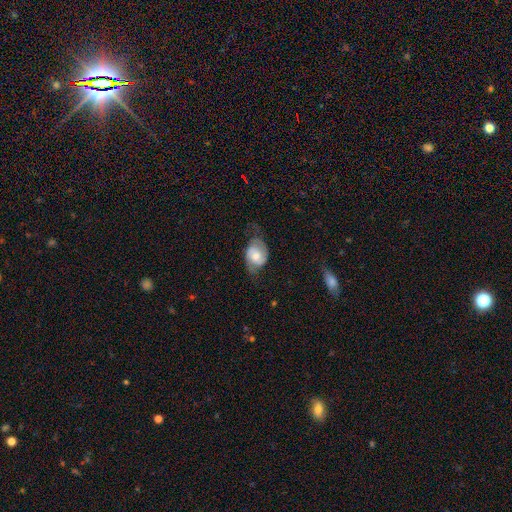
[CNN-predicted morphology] Smooth or featured?
  - featured or disk: 63% *
  - smooth: 30%
  - star or artifact: 7%
Edge-on disk?
  - no: 96% *
  - yes: 4%
Bar?
  - no: 60% *
  - weak: 32%
  - strong: 8%
Spiral arms?
  - yes: 87% *
  - no: 13%
Spiral winding?
  - medium: 44% *
  - loose: 30%
  - tight: 26%
Spiral arm count?
  - 2: 86% *
  - can't tell: 8%
  - 1: 3%
  - 3: 1%
  - 4: 1%
  - more than 4: 1%
Bulge size?
  - moderate: 59% *
  - small: 26%
  - large: 10%
  - none: 3%
  - dominant: 2%
Merging?
  - none: 57% *
  - minor disturbance: 26%
  - major disturbance: 15%
  - merger: 2%